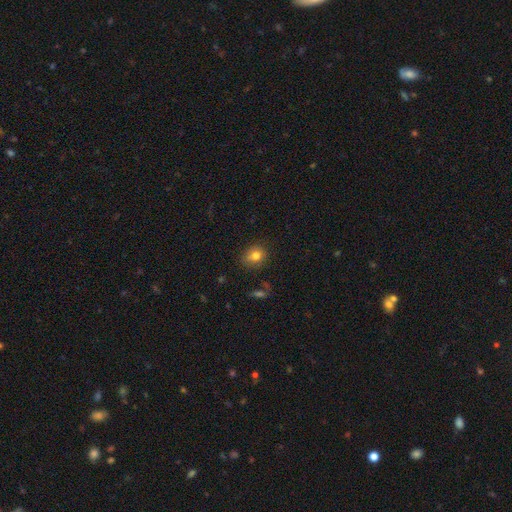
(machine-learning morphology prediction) type=smooth (79%); roundness=round (65%); merging=none (78%).